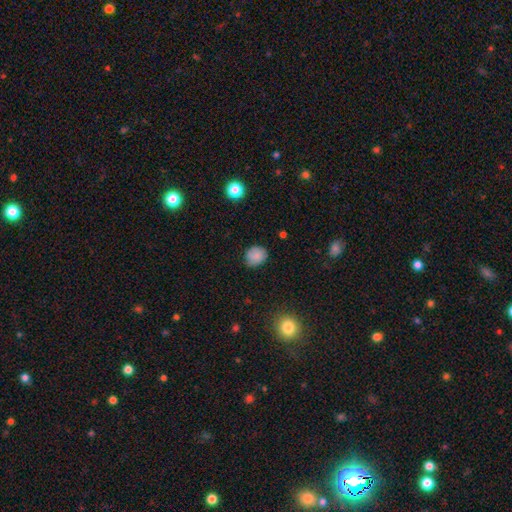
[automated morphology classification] Smooth or featured: smooth — 84% (star or artifact — 9%)
How rounded: round — 67% (in between — 32%)
Merging: none — 78% (minor disturbance — 17%)